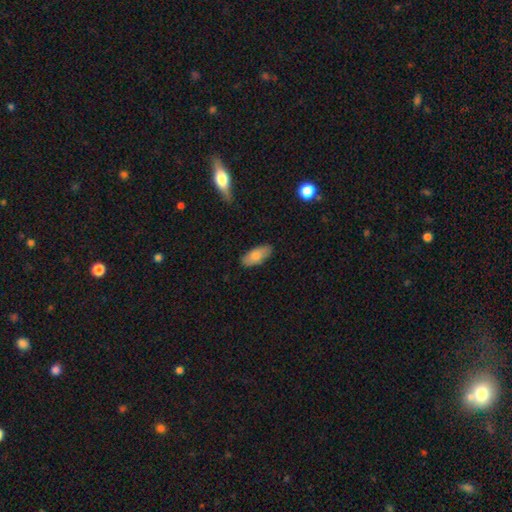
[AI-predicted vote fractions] A smooth galaxy with no disk features (81%) that is in between round and cigar-shaped (87%). Merging: none (85%).